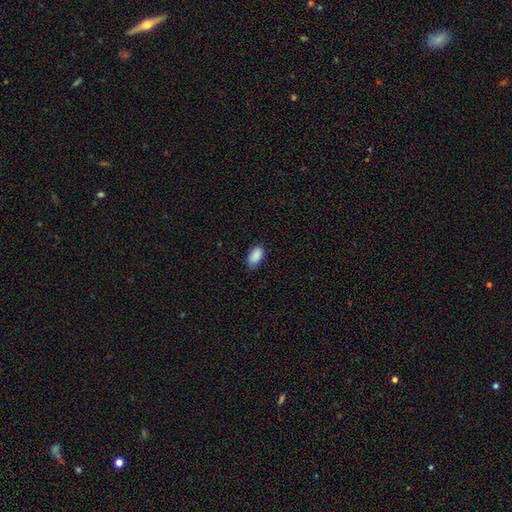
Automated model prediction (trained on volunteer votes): smooth_or_featured: smooth (p=0.90) [alt: star or artifact p=0.07]
how_rounded: in between (p=0.94) [alt: round p=0.04]
merging: none (p=0.82) [alt: minor disturbance p=0.15]